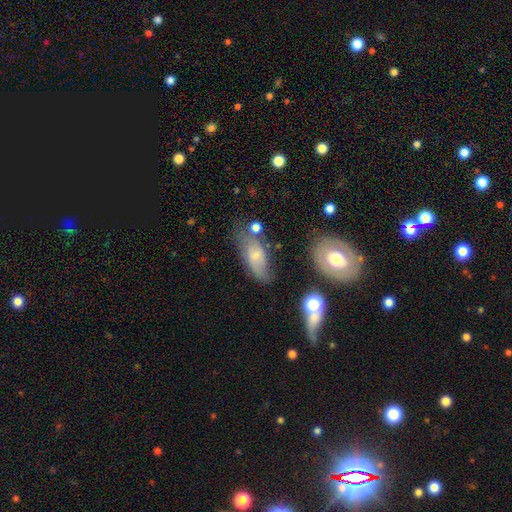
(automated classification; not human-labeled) Q: Smooth or featured?
A: smooth (52%); runner-up: featured or disk (38%)
Q: How rounded?
A: in between (82%); runner-up: cigar-shaped (13%)
Q: Merging?
A: none (48%); runner-up: minor disturbance (29%)